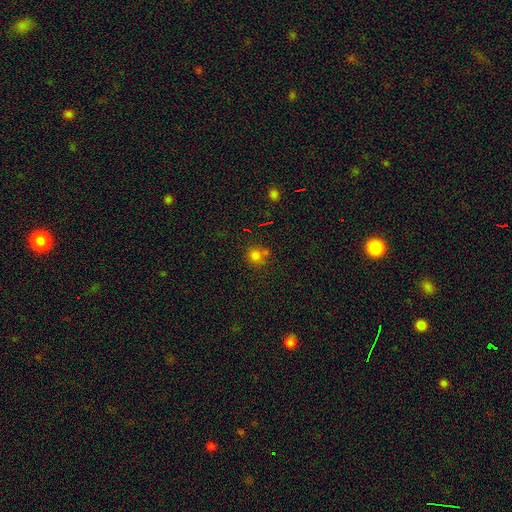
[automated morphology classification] Overall: smooth (74%). How rounded: round (87%). Merging: none (60%; merger 24%).